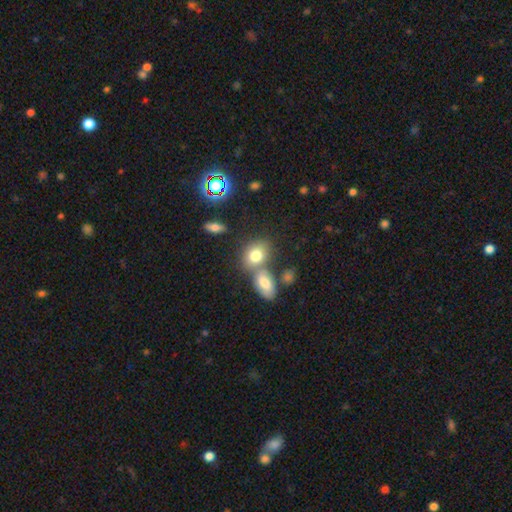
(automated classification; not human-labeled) This appears to be a smooth galaxy with no disk features (77%) that is in between round and cigar-shaped (64%). Merging: none (44%).